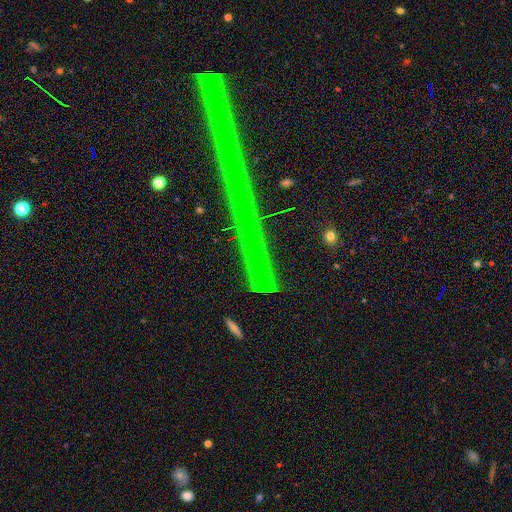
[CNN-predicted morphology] The model was most divided on "smooth or featured": star or artifact: 73%, featured or disk: 17%, smooth: 10%.